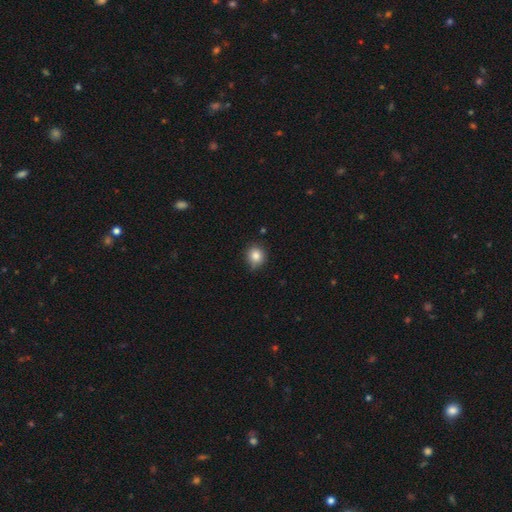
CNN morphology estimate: smooth 84%, star or artifact 10%, featured or disk 5%. Down the decision tree: how rounded — round (87%); merging — none (76%).